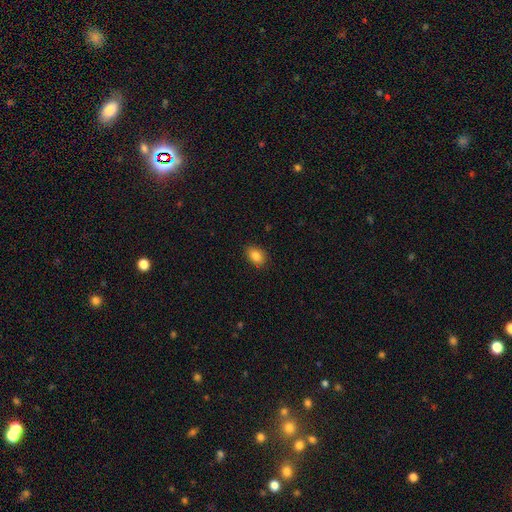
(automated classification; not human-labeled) smooth_or_featured: smooth (p=0.85) [alt: star or artifact p=0.09]
how_rounded: in between (p=0.82) [alt: round p=0.16]
merging: none (p=0.88) [alt: minor disturbance p=0.09]